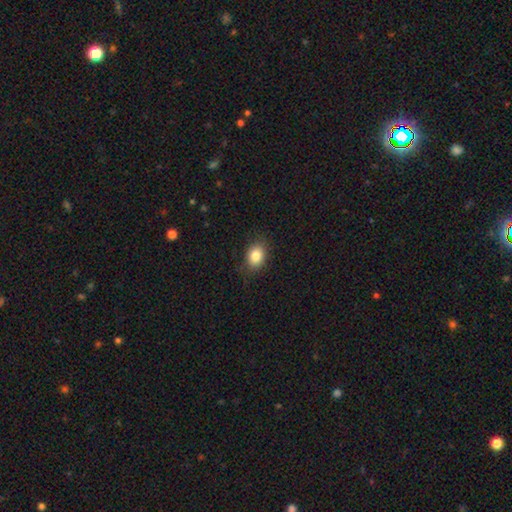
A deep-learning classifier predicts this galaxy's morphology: This is clearly a smooth galaxy (84%). How rounded: likely in between (68%). Merging: clearly none (83%).